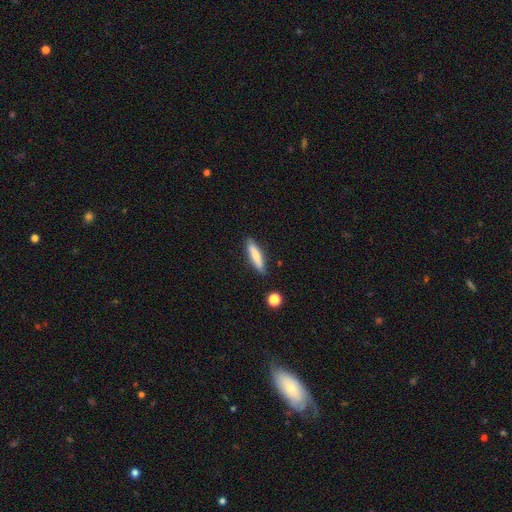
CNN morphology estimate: Smooth or featured: smooth — 75% (featured or disk — 19%)
How rounded: cigar-shaped — 81% (in between — 17%)
Merging: none — 85% (minor disturbance — 11%)